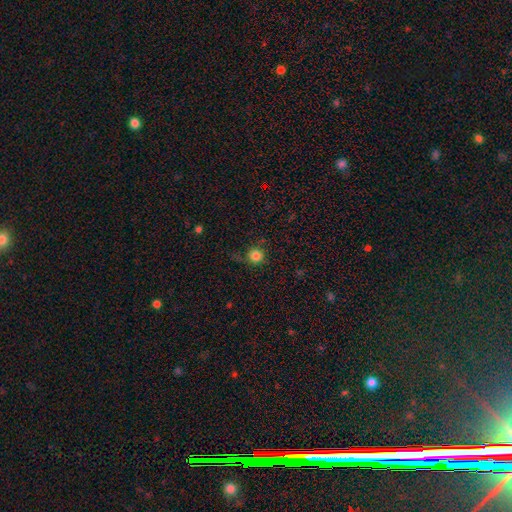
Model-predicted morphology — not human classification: smooth 81%, star or artifact 13%, featured or disk 6%. Down the decision tree: how rounded — round (94%); merging — none (74%).